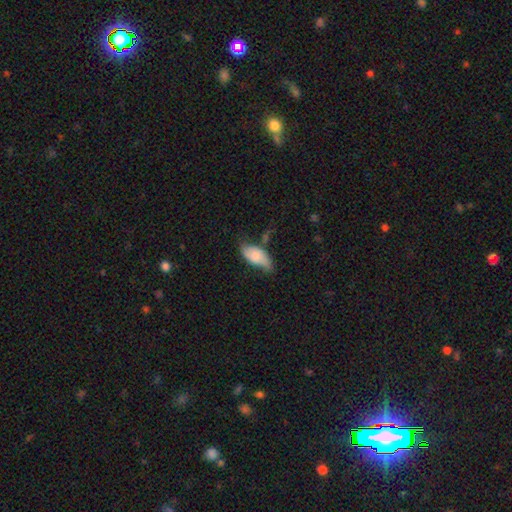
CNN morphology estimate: This is likely a smooth galaxy (65%). How rounded: clearly in between (90%). Merging: marginally none (45%).